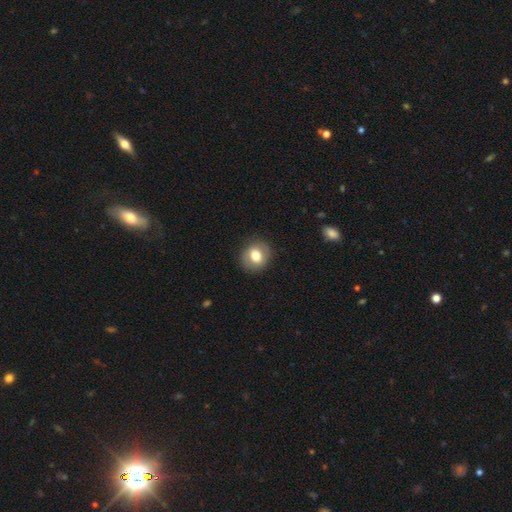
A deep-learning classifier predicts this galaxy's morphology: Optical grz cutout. It shows a smooth galaxy with no disk features (71%) that is round (74%). Merging: none (87%).